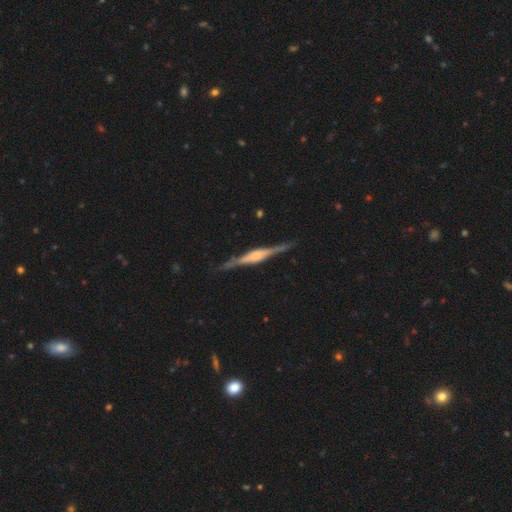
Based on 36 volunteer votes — smooth-or-featured: featured or disk: 75% | smooth: 22% | star or artifact: 3%
  disk-edge-on: yes: 100% | no: 0%
    edge-on-bulge: rounded: 67% | boxy: 30% | none: 4%
  merging: none: 77% | minor disturbance: 17% | major disturbance: 3% | merger: 3%